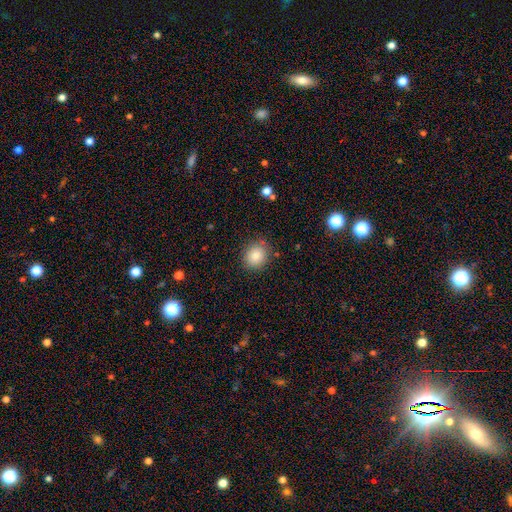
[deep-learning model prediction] Overall: smooth (85%). How rounded: round (72%). Merging: none (83%).